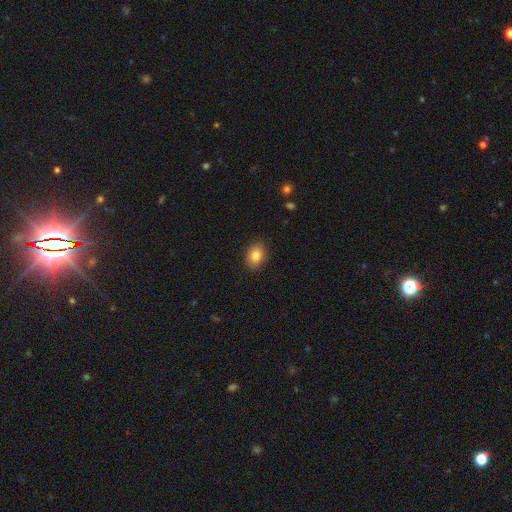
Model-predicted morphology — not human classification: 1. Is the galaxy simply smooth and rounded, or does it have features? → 83% smooth, 9% star or artifact, 8% featured or disk.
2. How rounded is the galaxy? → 70% in between, 29% round, 1% cigar-shaped.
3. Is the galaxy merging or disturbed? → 88% none, 9% minor disturbance, 2% major disturbance, 1% merger.